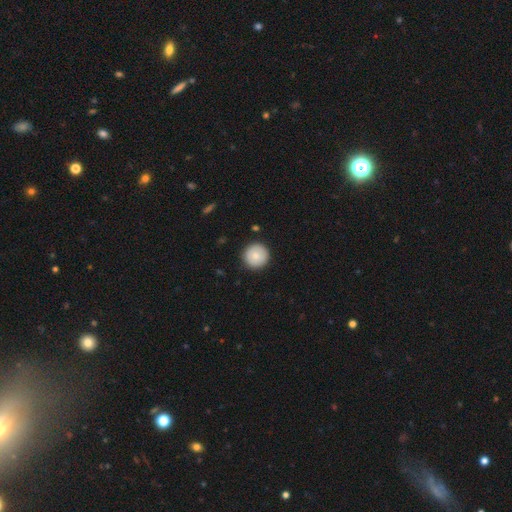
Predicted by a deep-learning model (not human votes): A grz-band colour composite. It shows a smooth galaxy with no disk features (81%) that is round (96%). Merging: none (91%).